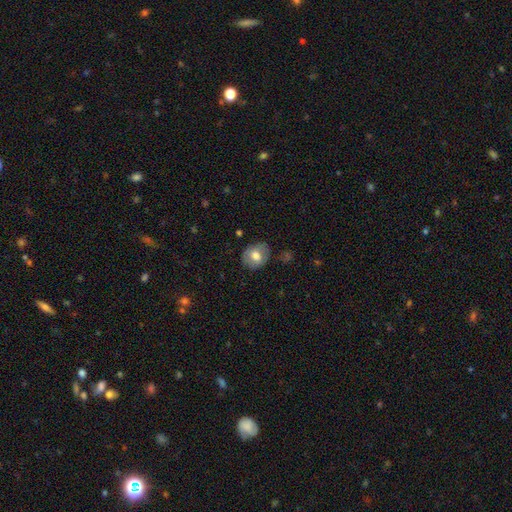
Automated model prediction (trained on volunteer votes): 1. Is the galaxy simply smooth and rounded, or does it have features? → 66% smooth, 26% featured or disk, 8% star or artifact.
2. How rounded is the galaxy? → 53% round, 46% in between, 1% cigar-shaped.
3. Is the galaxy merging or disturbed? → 77% none, 17% minor disturbance, 4% major disturbance, 2% merger.